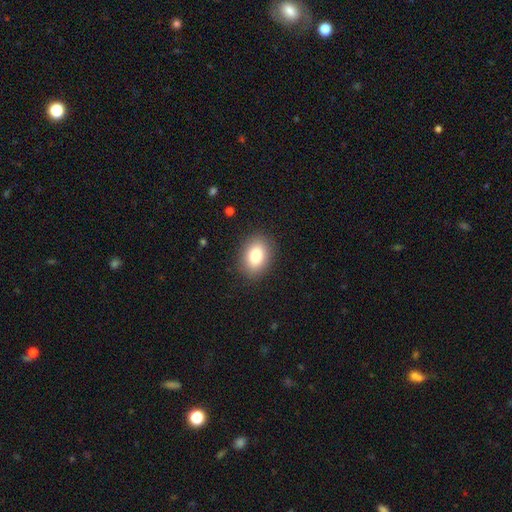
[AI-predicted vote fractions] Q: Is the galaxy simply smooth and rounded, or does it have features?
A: smooth — 81%.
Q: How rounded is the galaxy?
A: in between — 71%.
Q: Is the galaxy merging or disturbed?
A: none — 88%.